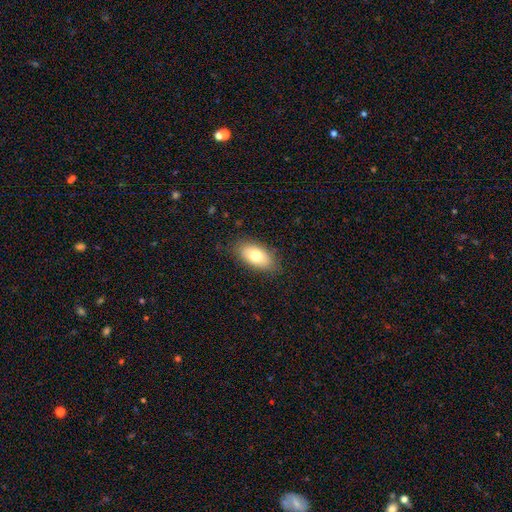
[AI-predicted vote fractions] Smooth or featured?
  - smooth: 76% *
  - featured or disk: 17%
  - star or artifact: 7%
How rounded?
  - in between: 90% *
  - cigar-shaped: 6%
  - round: 4%
Merging?
  - none: 84% *
  - minor disturbance: 12%
  - major disturbance: 3%
  - merger: 1%